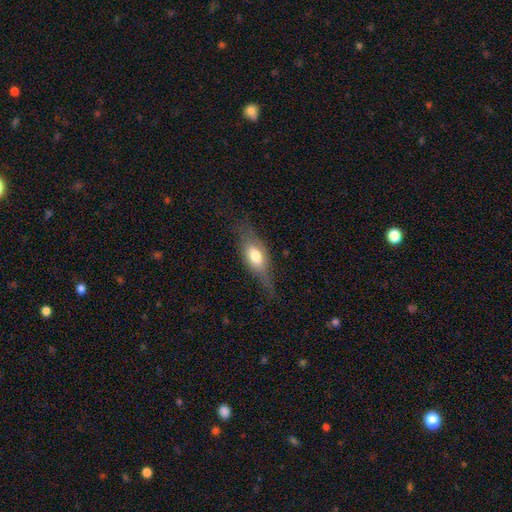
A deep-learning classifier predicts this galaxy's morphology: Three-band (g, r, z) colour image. It shows a smooth galaxy with no disk features (53%) that is in between round and cigar-shaped (66%). Merging: none (68%).